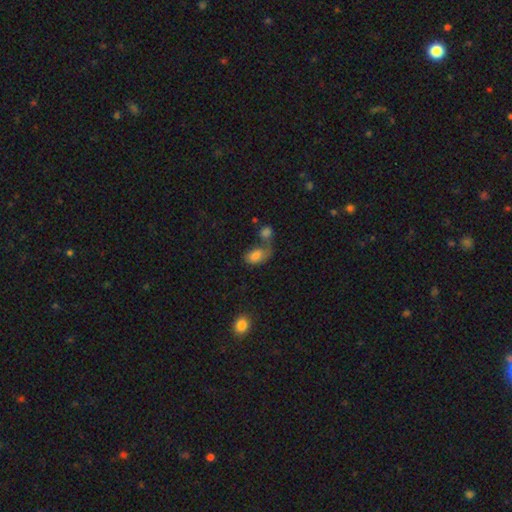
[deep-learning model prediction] Smooth or featured?
  - smooth: 76% *
  - featured or disk: 15%
  - star or artifact: 9%
How rounded?
  - in between: 85% *
  - round: 13%
  - cigar-shaped: 2%
Merging?
  - merger: 47% *
  - none: 26%
  - major disturbance: 14%
  - minor disturbance: 13%